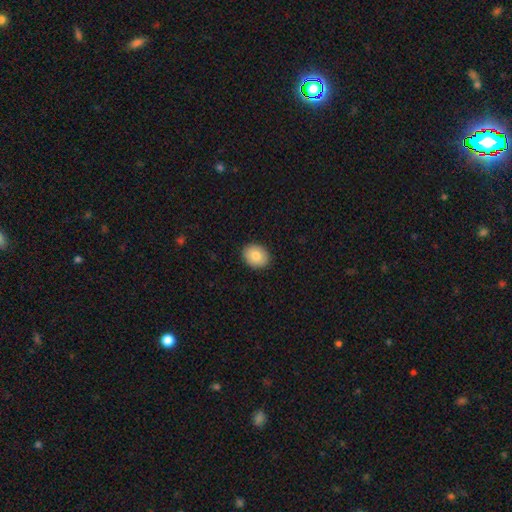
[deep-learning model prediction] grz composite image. It shows a smooth galaxy with no disk features (82%) that is round (50%). Merging: none (90%).